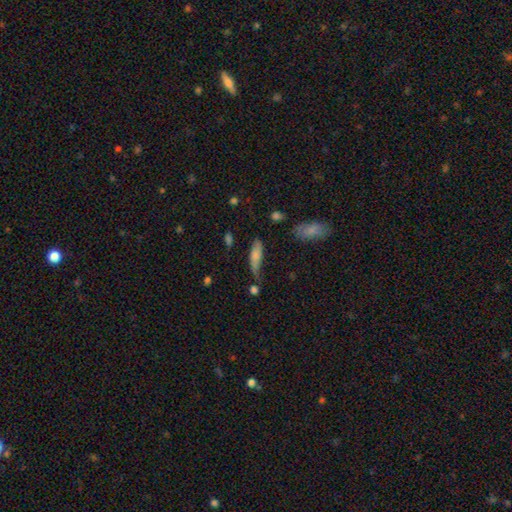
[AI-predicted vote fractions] Smooth or featured? smooth (70%)
How rounded? cigar-shaped (55%)
Merging? none (47%)